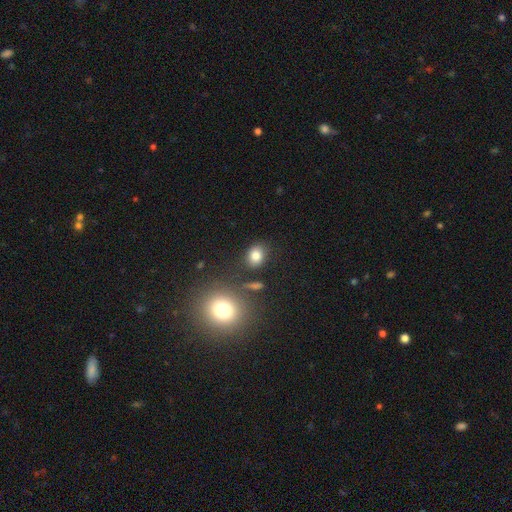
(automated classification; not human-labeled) Smooth or featured: smooth — 80% (star or artifact — 13%)
How rounded: round — 54% (in between — 45%)
Merging: none — 80% (minor disturbance — 11%)